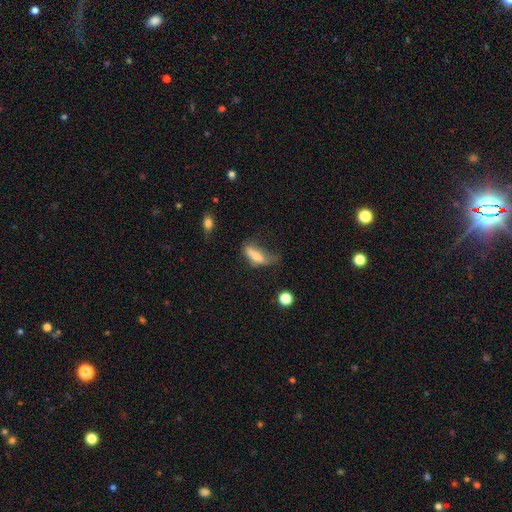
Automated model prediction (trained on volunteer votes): This is likely a smooth galaxy (72%). How rounded: likely in between (62%). Merging: marginally major disturbance (39%).